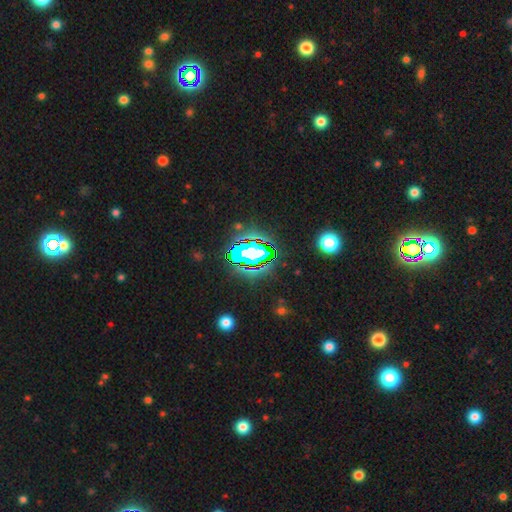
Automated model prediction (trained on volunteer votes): Smooth or featured?
  - star or artifact: 81% *
  - smooth: 12%
  - featured or disk: 7%